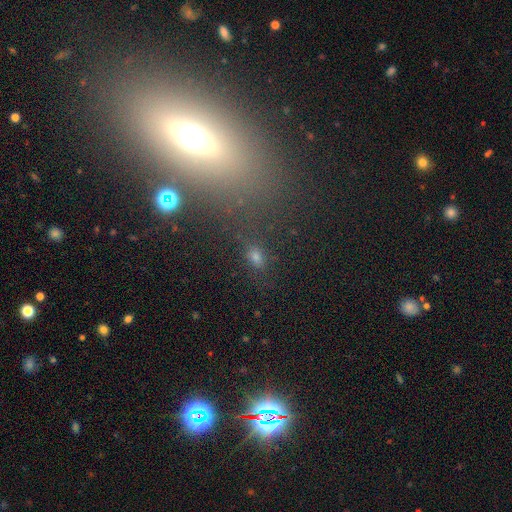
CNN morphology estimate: Smooth or featured? Predicted: smooth (p=0.62). How rounded? Predicted: in between (p=0.76). Merging? Predicted: none (p=0.73).